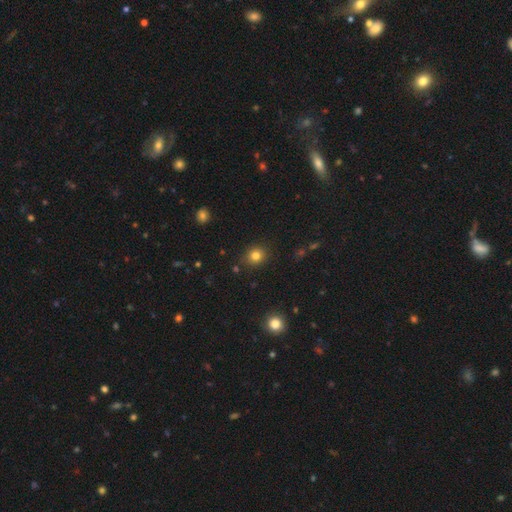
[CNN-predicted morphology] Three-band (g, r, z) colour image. It shows a smooth galaxy with no disk features (80%) that is round (79%). Merging: none (87%).